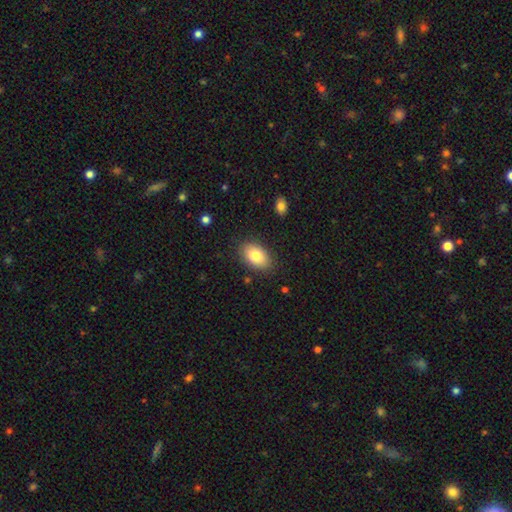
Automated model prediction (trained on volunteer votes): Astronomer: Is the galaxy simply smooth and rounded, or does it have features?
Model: smooth — 83%.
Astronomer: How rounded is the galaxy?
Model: in between — 90%.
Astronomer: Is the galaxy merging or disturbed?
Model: none — 85%.